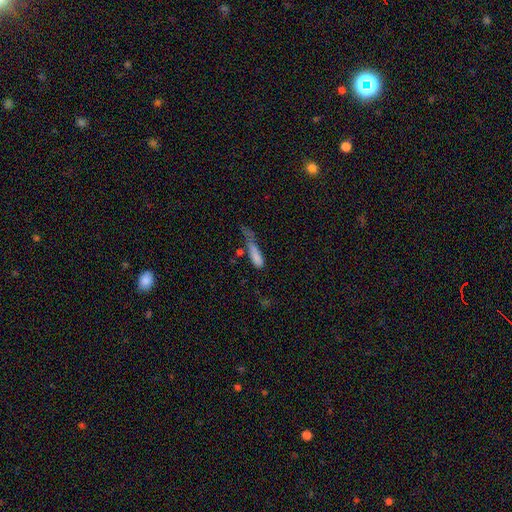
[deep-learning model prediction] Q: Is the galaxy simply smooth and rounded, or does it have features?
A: smooth — 77%.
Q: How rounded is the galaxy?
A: cigar-shaped — 58%.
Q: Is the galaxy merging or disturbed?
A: major disturbance — 34%.